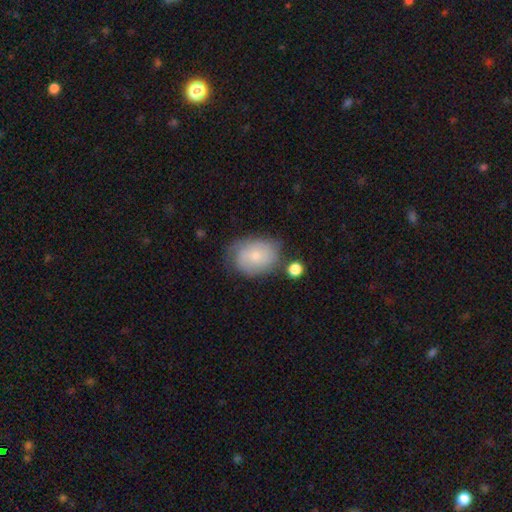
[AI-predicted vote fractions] smooth_or_featured: smooth (p=0.64) [alt: featured or disk p=0.29]
how_rounded: in between (p=0.65) [alt: round p=0.34]
merging: none (p=0.59) [alt: minor disturbance p=0.27]